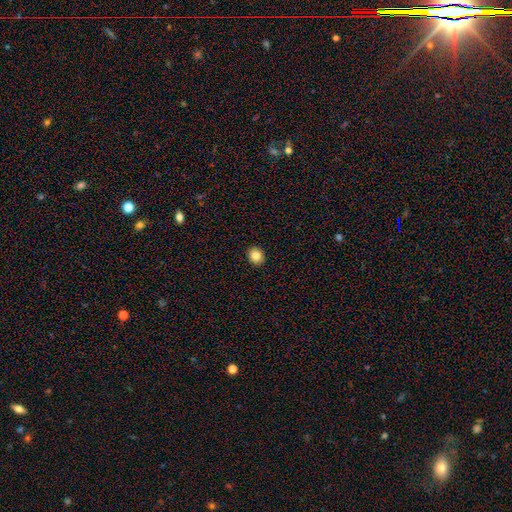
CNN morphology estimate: smooth-or-featured: smooth: 84% | star or artifact: 10% | featured or disk: 6%
  how-rounded: round: 74% | in between: 25% | cigar-shaped: 1%
  merging: none: 92% | minor disturbance: 5% | major disturbance: 1% | merger: 1%